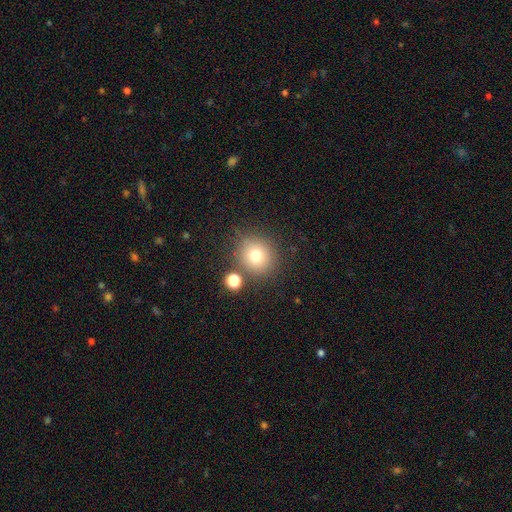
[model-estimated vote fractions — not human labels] Smooth or featured? smooth (75%)
How rounded? round (90%)
Merging? none (78%)